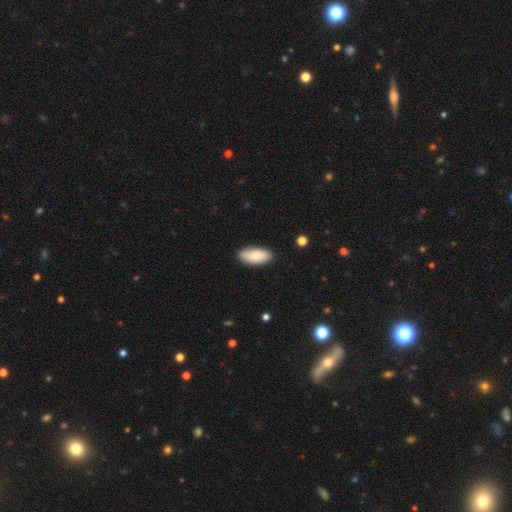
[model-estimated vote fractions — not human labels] smooth 79%, featured or disk 16%, star or artifact 6%. Down the decision tree: how rounded — in between (91%); merging — none (86%).